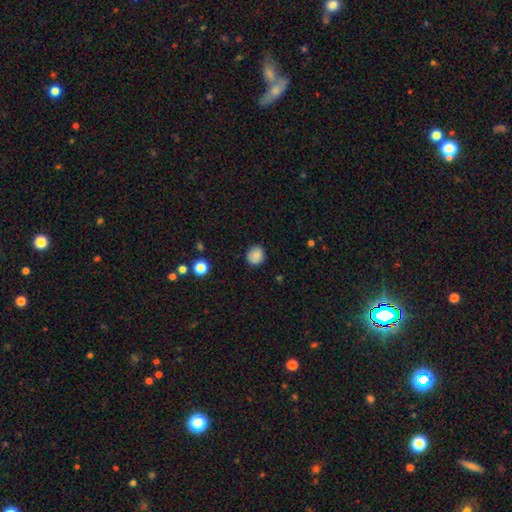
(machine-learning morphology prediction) smooth 83%, star or artifact 9%, featured or disk 7%. Down the decision tree: how rounded — round (86%); merging — none (85%).